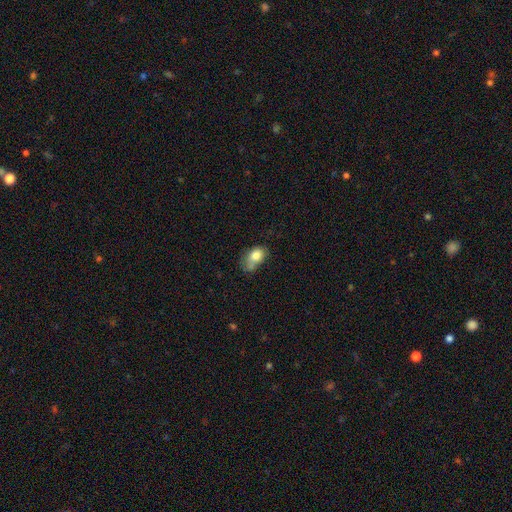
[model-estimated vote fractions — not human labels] Smooth or featured? smooth (78%)
How rounded? in between (76%)
Merging? none (35%)